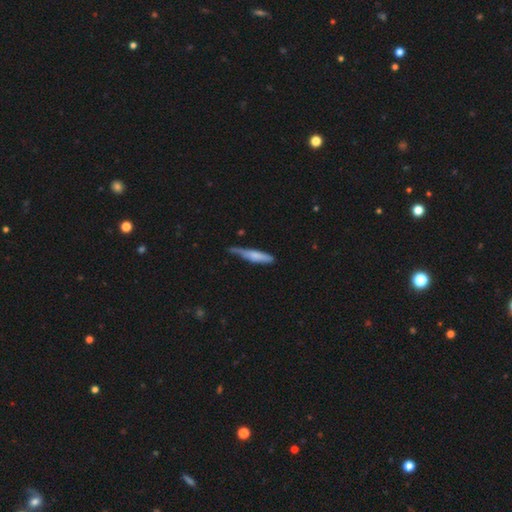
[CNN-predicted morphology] Smooth or featured? Predicted: smooth (p=0.66). How rounded? Predicted: cigar-shaped (p=0.85). Merging? Predicted: none (p=0.43).